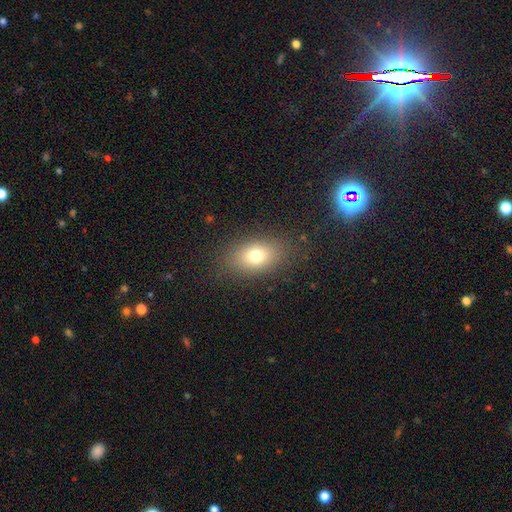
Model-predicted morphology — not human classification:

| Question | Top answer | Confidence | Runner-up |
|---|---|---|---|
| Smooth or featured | smooth | 75% | featured or disk (13%) |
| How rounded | in between | 82% | round (16%) |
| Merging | none | 84% | minor disturbance (11%) |